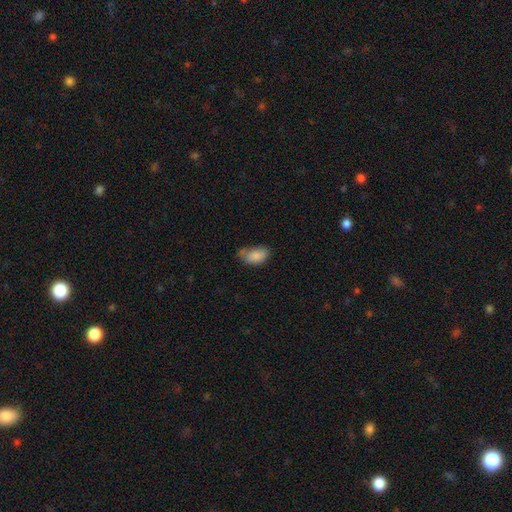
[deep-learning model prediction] Overall: smooth (84%). How rounded: in between (92%). Merging: none (51%; minor disturbance 32%).